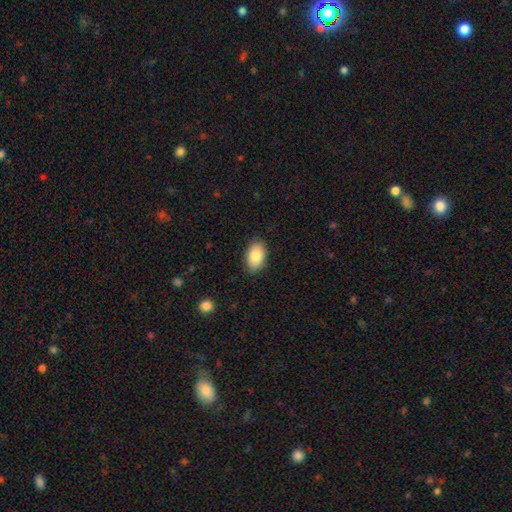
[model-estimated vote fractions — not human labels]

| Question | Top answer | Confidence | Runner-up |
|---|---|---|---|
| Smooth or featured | smooth | 85% | featured or disk (9%) |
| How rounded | in between | 91% | round (8%) |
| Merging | none | 85% | minor disturbance (12%) |